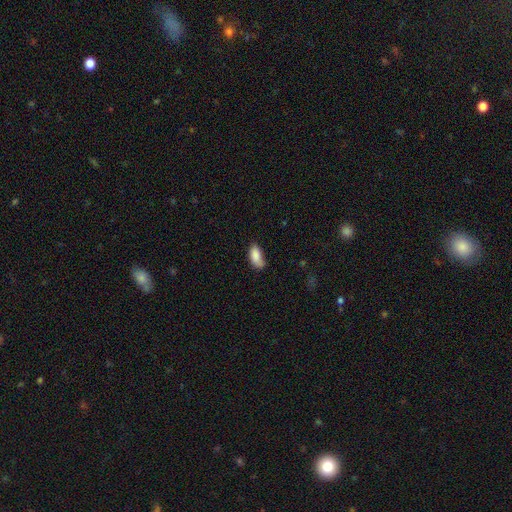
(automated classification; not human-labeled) smooth 87%, star or artifact 7%, featured or disk 6%. Down the decision tree: how rounded — in between (92%); merging — none (58%).